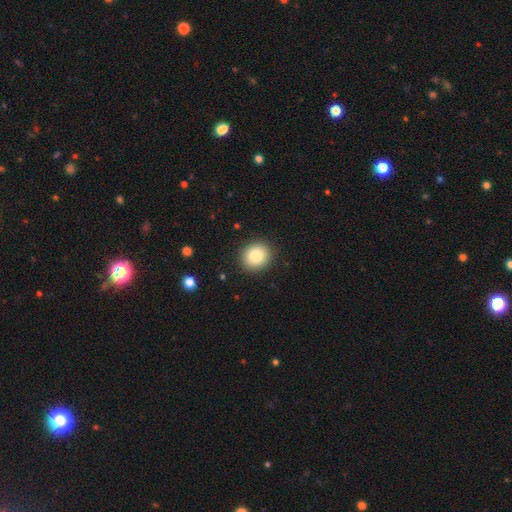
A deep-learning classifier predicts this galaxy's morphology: Overall: smooth (84%). How rounded: round (79%). Merging: none (90%).